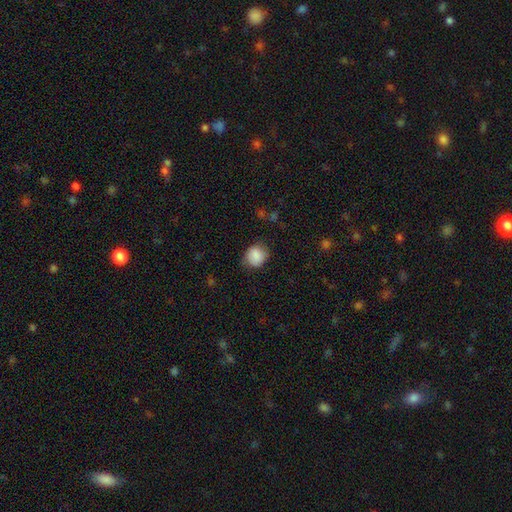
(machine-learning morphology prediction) Smooth or featured? smooth (87%)
How rounded? round (76%)
Merging? none (77%)